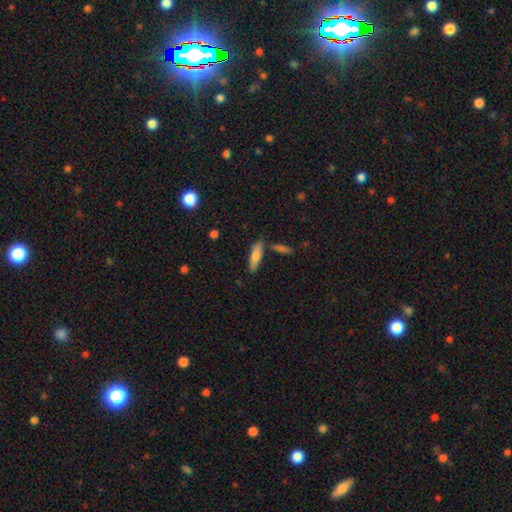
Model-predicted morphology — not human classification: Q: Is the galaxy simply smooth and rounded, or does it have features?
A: smooth — 72%.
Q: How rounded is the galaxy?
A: cigar-shaped — 64%.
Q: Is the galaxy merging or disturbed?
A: none — 76%.